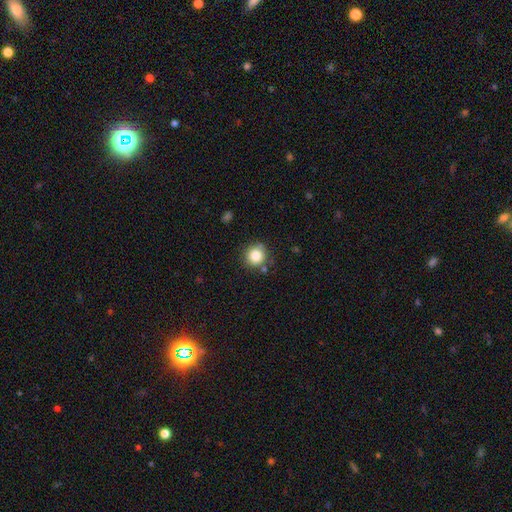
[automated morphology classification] A smooth galaxy with no disk features (83%) that is round (92%). Merging: none (81%).